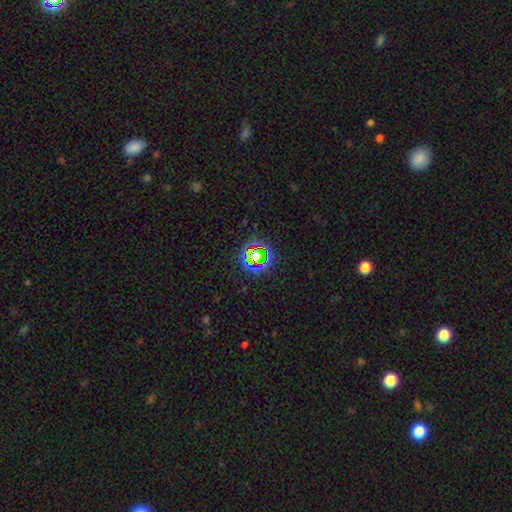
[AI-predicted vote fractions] smooth_or_featured: star or artifact (p=0.65) [alt: smooth p=0.23]